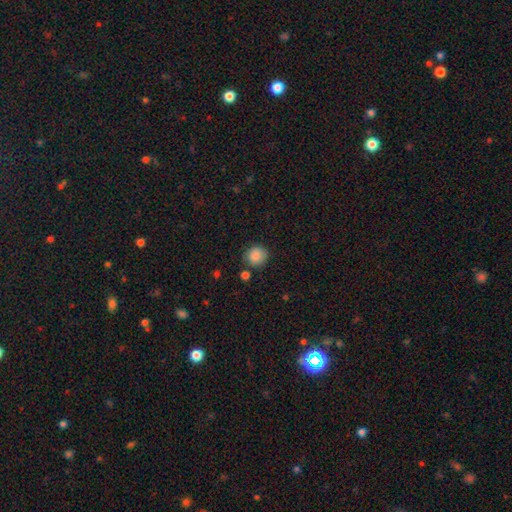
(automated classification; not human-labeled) Smooth or featured: smooth — 87% (star or artifact — 9%)
How rounded: round — 87% (in between — 12%)
Merging: none — 80% (minor disturbance — 12%)